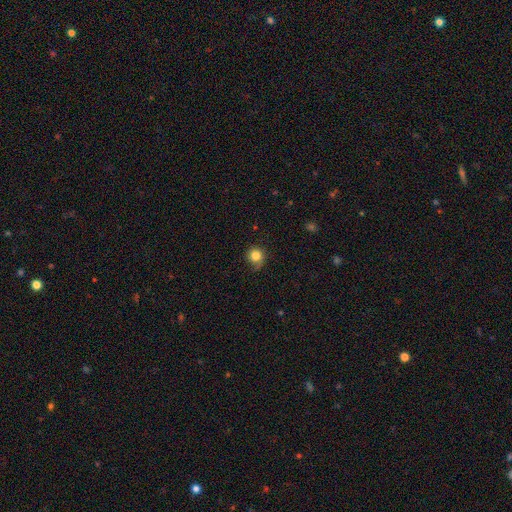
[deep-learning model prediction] This appears to be a smooth galaxy with no disk features (80%) that is round (88%). Merging: none (62%).